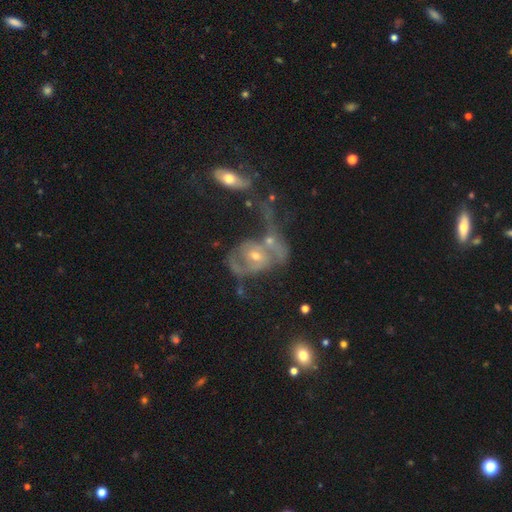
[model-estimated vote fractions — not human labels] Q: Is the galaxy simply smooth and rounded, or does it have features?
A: featured or disk — 76%.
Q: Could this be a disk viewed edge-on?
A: no — 95%.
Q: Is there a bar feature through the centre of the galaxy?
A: no — 72%.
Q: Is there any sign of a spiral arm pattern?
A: yes — 73%.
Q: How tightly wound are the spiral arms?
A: tight — 39%, tied with medium.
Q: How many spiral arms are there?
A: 2 — 49%.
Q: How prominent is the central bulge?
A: small — 50%.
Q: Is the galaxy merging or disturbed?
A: merger — 39%.